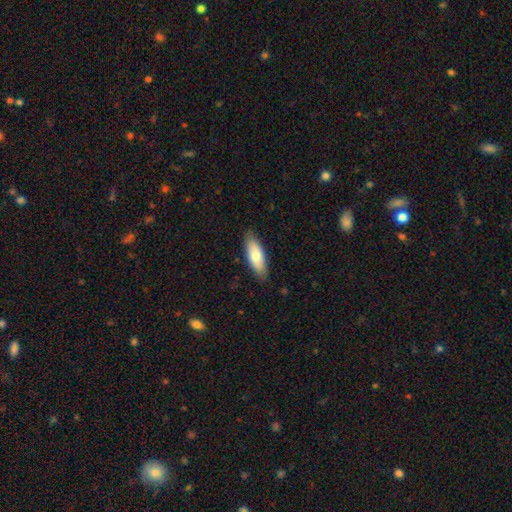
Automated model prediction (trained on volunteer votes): Q: Smooth or featured?
A: smooth (72%); runner-up: featured or disk (23%)
Q: How rounded?
A: in between (65%); runner-up: cigar-shaped (33%)
Q: Merging?
A: none (86%); runner-up: minor disturbance (11%)